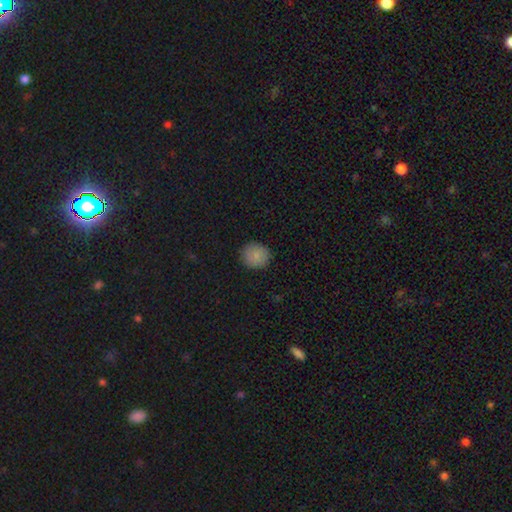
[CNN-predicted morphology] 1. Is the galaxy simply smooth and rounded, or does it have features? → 87% smooth, 9% star or artifact, 4% featured or disk.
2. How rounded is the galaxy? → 90% round, 9% in between, 1% cigar-shaped.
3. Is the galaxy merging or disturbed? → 90% none, 7% minor disturbance, 2% major disturbance, 1% merger.